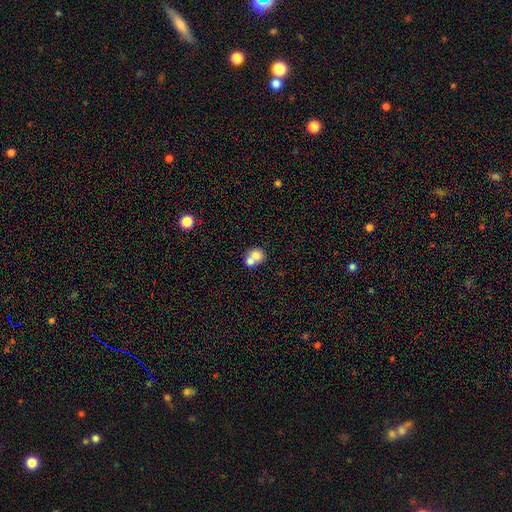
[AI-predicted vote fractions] smooth 71%, featured or disk 19%, star or artifact 10%. Down the decision tree: how rounded — round (67%); merging — merger (64%).